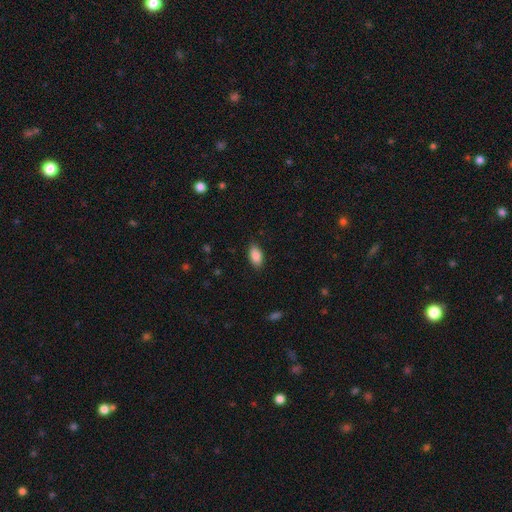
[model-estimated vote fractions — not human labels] A smooth galaxy with no disk features (88%) that is in between round and cigar-shaped (92%). Merging: none (87%).